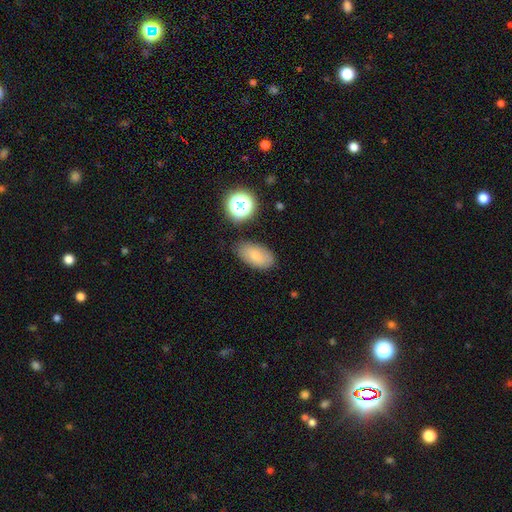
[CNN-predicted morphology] Smooth or featured: smooth — 77% (featured or disk — 13%)
How rounded: in between — 91% (round — 6%)
Merging: none — 76% (minor disturbance — 16%)